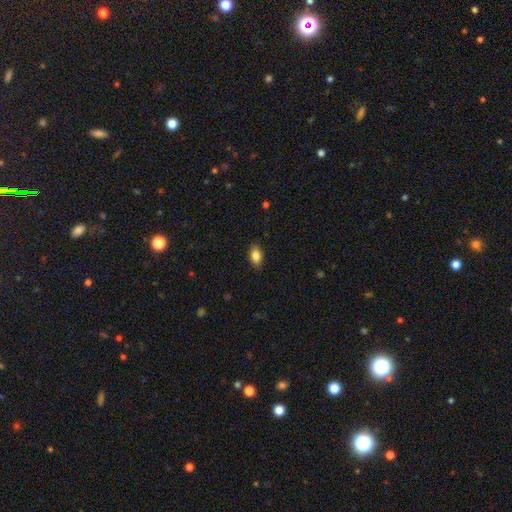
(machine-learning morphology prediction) This appears to be a smooth galaxy with no disk features (85%) that is in between round and cigar-shaped (89%). Merging: none (87%).